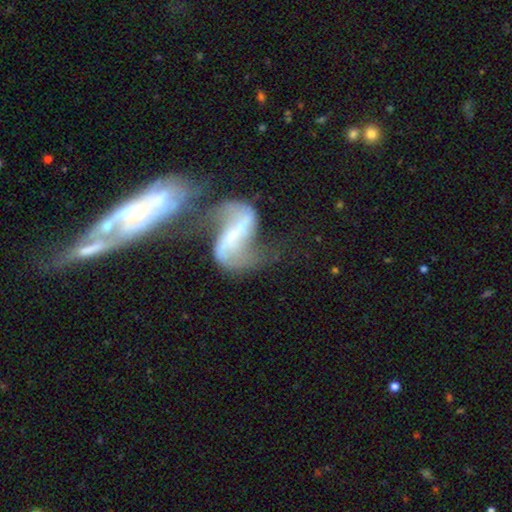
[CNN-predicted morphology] The model was most divided on "bar": strong: 44%, weak: 36%, no: 20%. Remaining: edge-on disk — no (95%); spiral arms — yes (91%); spiral arm count — 2 (88%); smooth or featured — featured or disk (82%); spiral winding — loose (70%); bulge size — small (50%); merging — merger (49%).